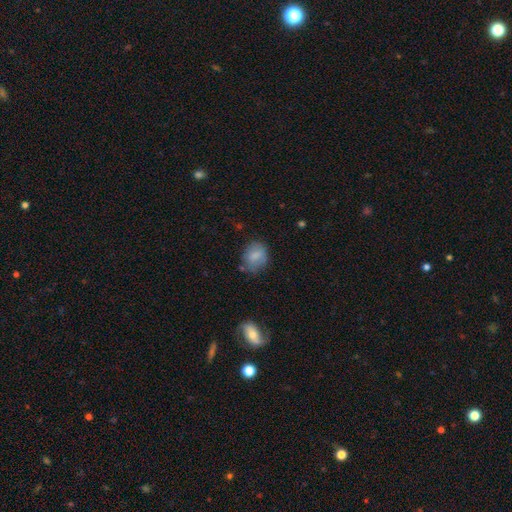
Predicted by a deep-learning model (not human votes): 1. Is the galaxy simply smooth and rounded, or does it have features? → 80% smooth, 12% featured or disk, 8% star or artifact.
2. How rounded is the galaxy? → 50% round, 49% in between, 1% cigar-shaped.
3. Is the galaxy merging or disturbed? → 66% none, 24% minor disturbance, 7% major disturbance, 3% merger.